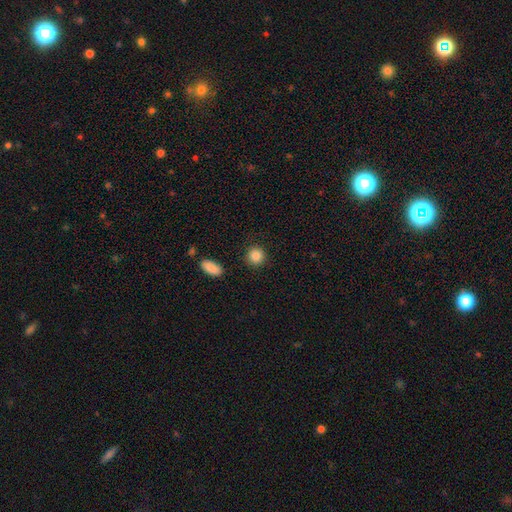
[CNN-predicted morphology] smooth_or_featured: smooth (p=0.87) [alt: star or artifact p=0.09]
how_rounded: round (p=0.89) [alt: in between p=0.10]
merging: none (p=0.89) [alt: minor disturbance p=0.07]